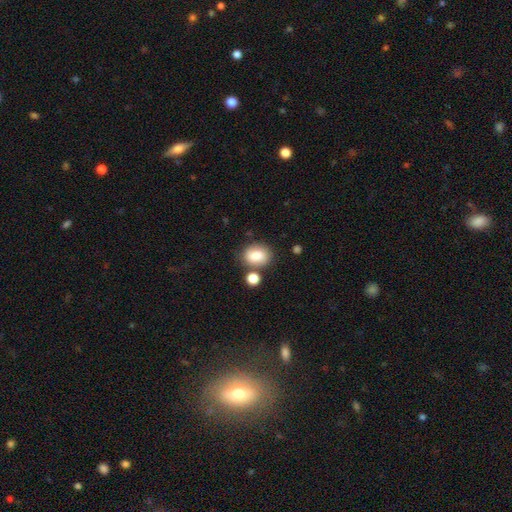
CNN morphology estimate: Q: Smooth or featured?
A: smooth (79%); runner-up: featured or disk (11%)
Q: How rounded?
A: round (55%); runner-up: in between (44%)
Q: Merging?
A: none (72%); runner-up: minor disturbance (12%)